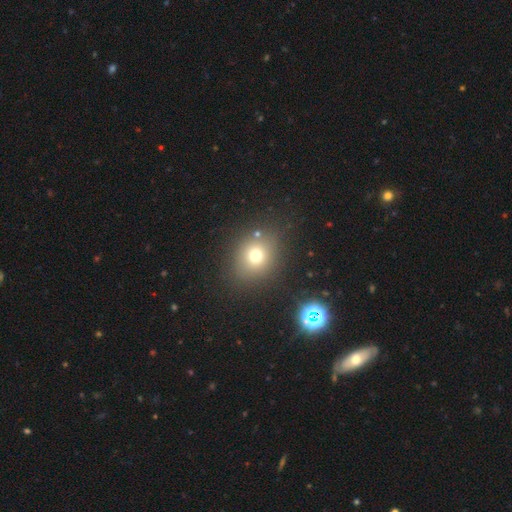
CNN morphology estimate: A smooth galaxy with no disk features (71%) that is round (70%). Merging: none (81%).